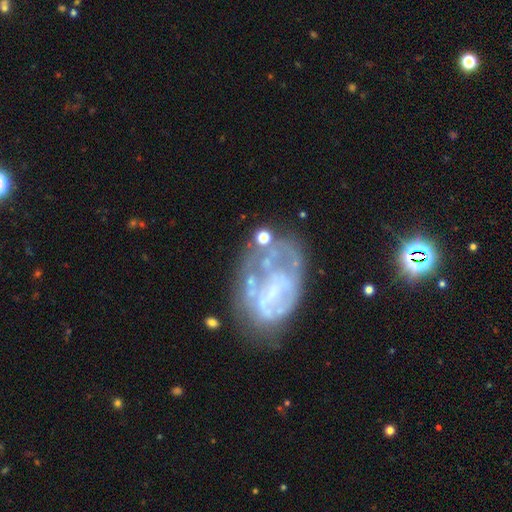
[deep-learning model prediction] This is likely a featured or disk galaxy (67%). It is clearly not viewed edge-on (97%). Bar: likely no (75%). Spiral arm pattern: likely no (74%). Central bulge: likely none (65%). Merging: marginally none (38%).